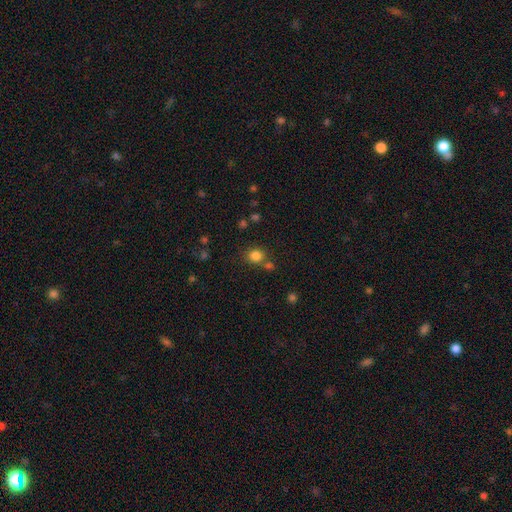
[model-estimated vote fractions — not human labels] A smooth galaxy with no disk features (82%) that is round (77%). Merging: none (68%).